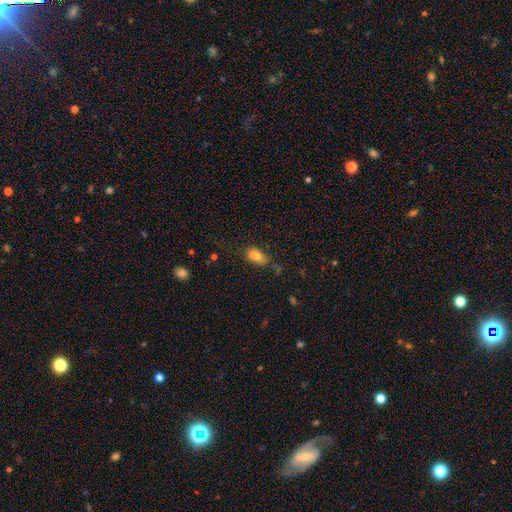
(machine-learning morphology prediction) smooth 77%, featured or disk 12%, star or artifact 11%. Down the decision tree: how rounded — in between (85%); merging — none (48%).